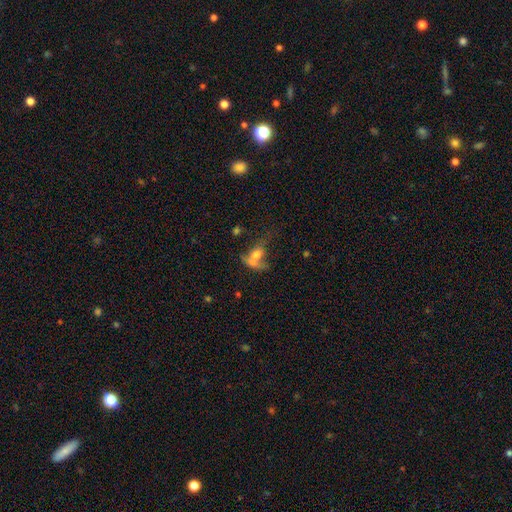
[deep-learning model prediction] Smooth or featured: smooth — 60% (featured or disk — 27%)
How rounded: in between — 62% (round — 28%)
Merging: merger — 50% (none — 23%)